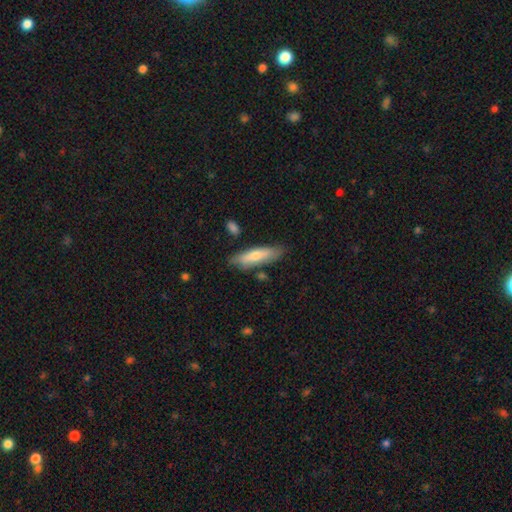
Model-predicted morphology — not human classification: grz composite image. It shows a smooth galaxy with no disk features (62%) that is cigar-shaped (64%). Merging: none (79%).